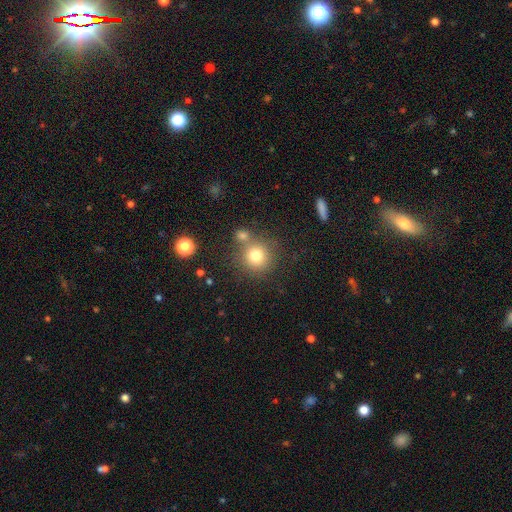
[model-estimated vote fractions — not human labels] smooth 78%, star or artifact 13%, featured or disk 9%. Down the decision tree: how rounded — round (91%); merging — none (67%).